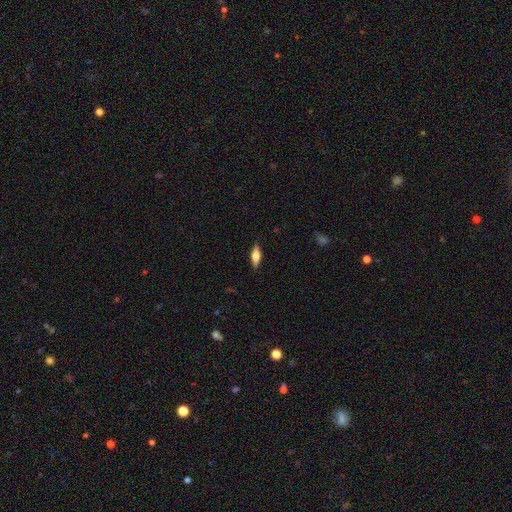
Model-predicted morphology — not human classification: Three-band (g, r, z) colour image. It shows a smooth galaxy with no disk features (60%) that is in between round and cigar-shaped (61%). Merging: none (87%).